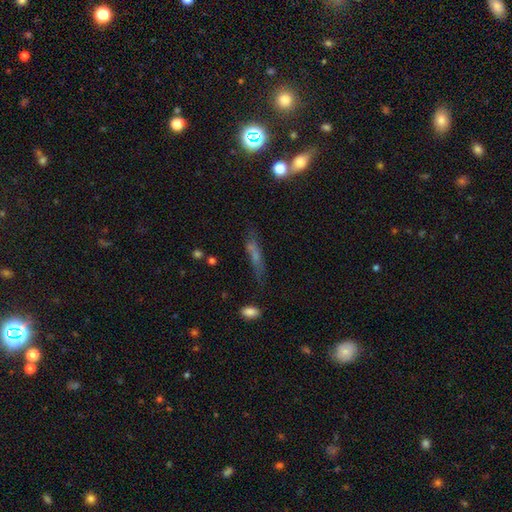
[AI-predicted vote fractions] Smooth or featured? smooth (47%)
Merging? none (65%)